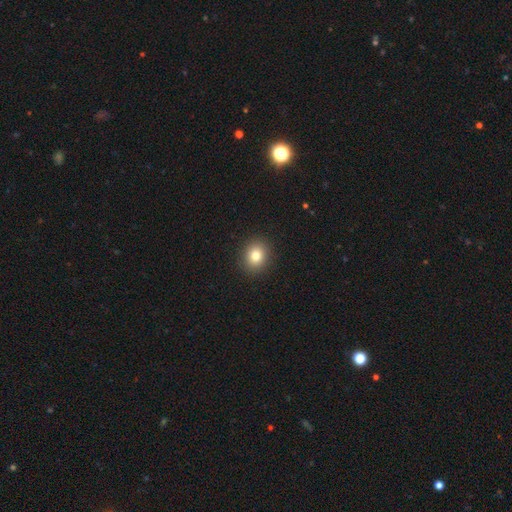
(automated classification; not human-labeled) smooth 82%, star or artifact 11%, featured or disk 8%. Down the decision tree: how rounded — round (71%); merging — none (91%).